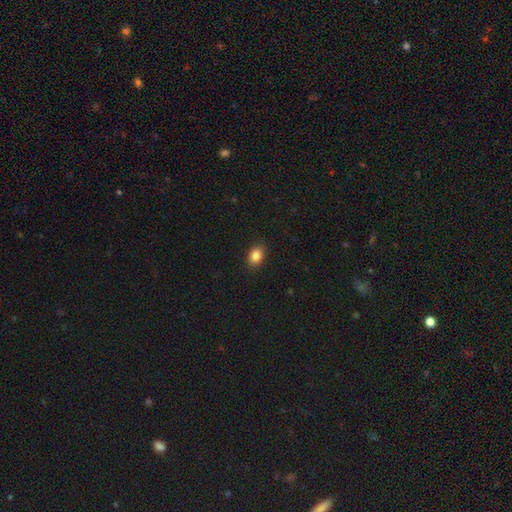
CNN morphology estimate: Q: Smooth or featured?
A: smooth (86%); runner-up: star or artifact (10%)
Q: How rounded?
A: in between (70%); runner-up: round (29%)
Q: Merging?
A: none (89%); runner-up: minor disturbance (8%)